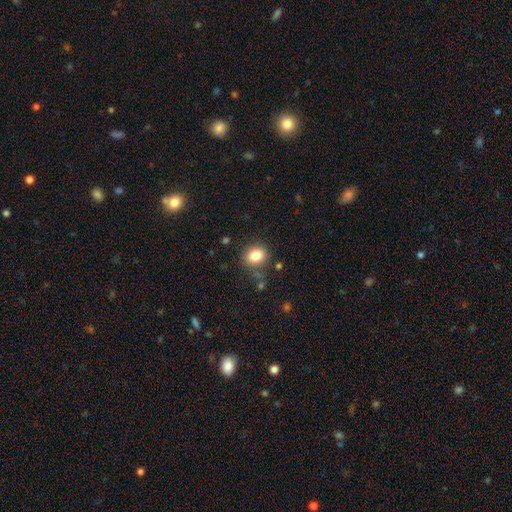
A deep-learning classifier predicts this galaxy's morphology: A smooth galaxy with no disk features (84%) that is round (62%). Merging: none (80%).